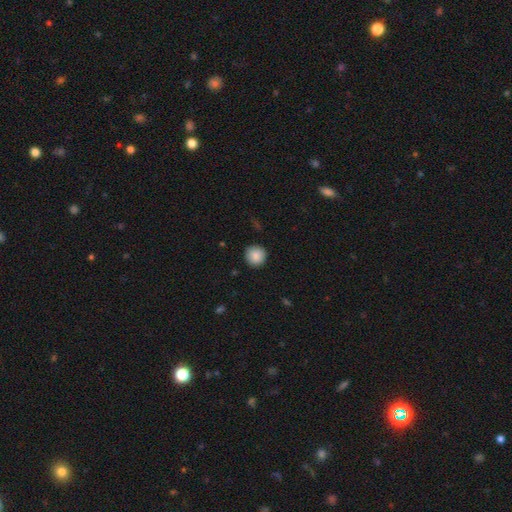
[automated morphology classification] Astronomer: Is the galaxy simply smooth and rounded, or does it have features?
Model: smooth — 89%.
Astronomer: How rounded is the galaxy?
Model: round — 94%.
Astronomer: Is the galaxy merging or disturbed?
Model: none — 91%.